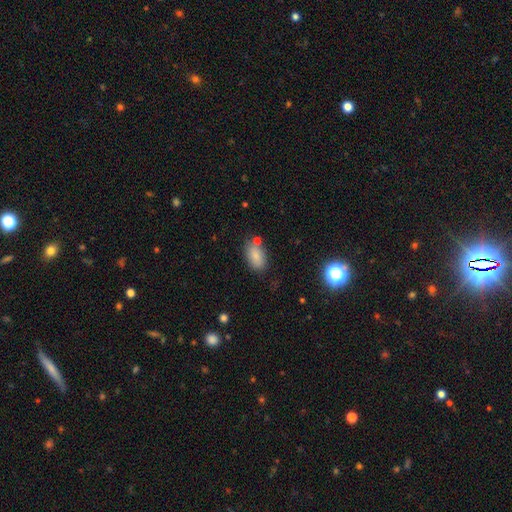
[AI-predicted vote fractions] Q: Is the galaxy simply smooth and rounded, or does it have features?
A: smooth — 82%.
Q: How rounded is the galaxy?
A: in between — 91%.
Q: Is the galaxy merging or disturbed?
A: none — 73%.